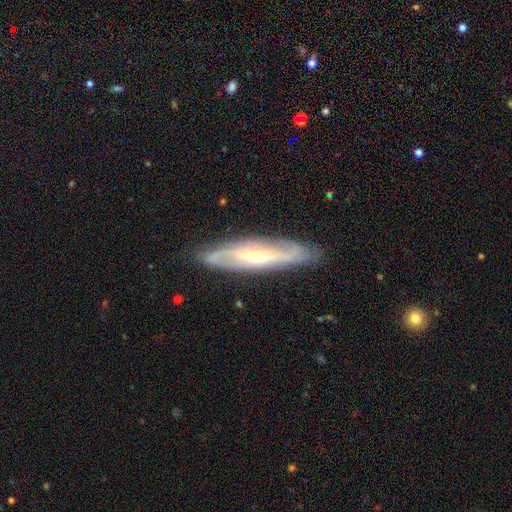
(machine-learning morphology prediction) This is likely a featured or disk galaxy (78%). It is likely not viewed edge-on (62%). Merging: clearly none (84%).